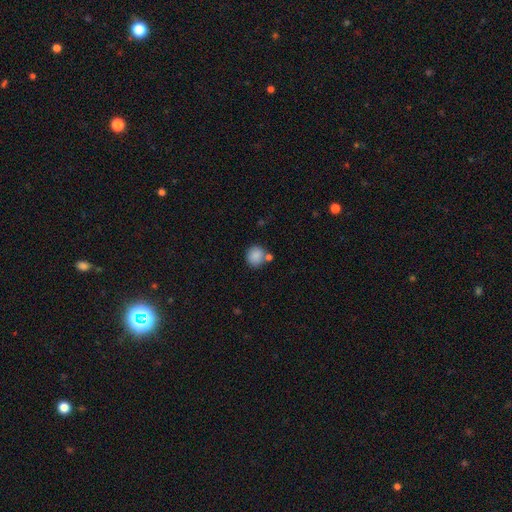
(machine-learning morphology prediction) smooth-or-featured: smooth: 87% | star or artifact: 8% | featured or disk: 5%
  how-rounded: round: 88% | in between: 11% | cigar-shaped: 1%
  merging: none: 66% | merger: 20% | minor disturbance: 11% | major disturbance: 4%